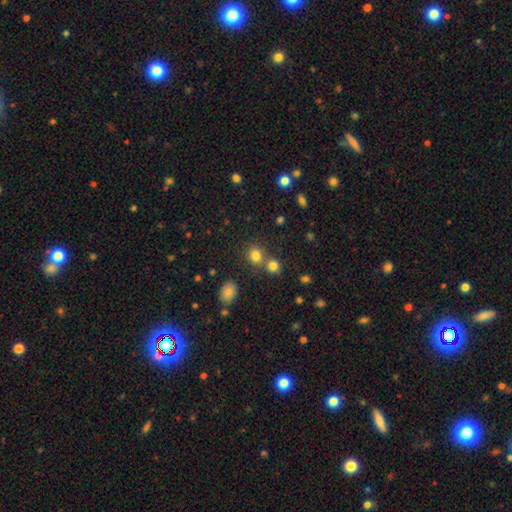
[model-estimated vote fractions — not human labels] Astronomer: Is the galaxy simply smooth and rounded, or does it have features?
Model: smooth — 79%.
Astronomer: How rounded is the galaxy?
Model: round — 74%.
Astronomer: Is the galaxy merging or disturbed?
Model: none — 60%.